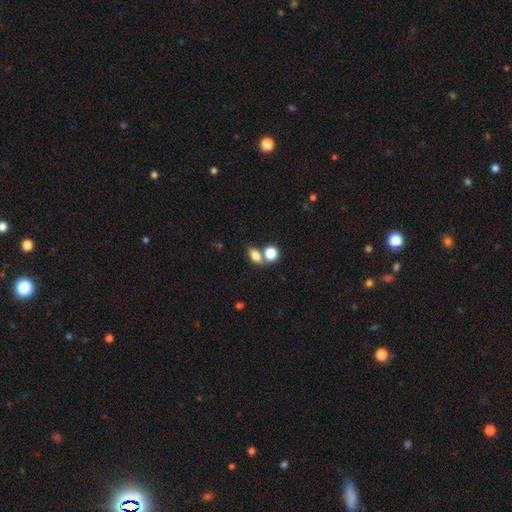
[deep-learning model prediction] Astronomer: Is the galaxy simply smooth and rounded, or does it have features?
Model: smooth — 78%.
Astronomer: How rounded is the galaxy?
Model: in between — 72%.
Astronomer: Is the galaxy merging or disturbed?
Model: none — 53% (runner-up: merger, 32%).